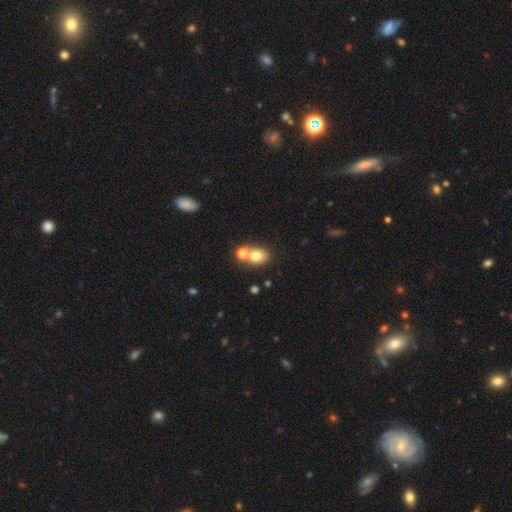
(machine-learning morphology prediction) Overall: smooth (76%). How rounded: round (54%; in between 45%). Merging: none (51%; merger 36%).